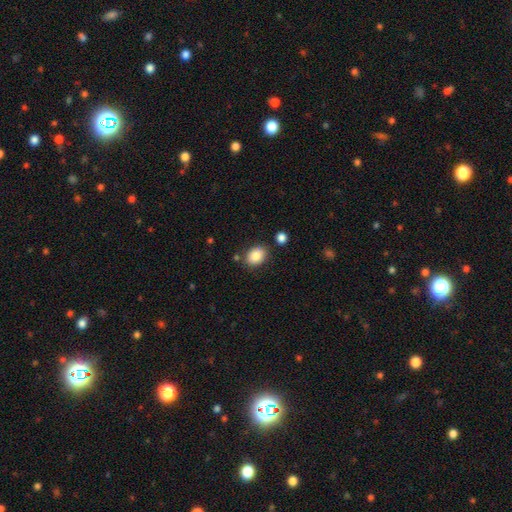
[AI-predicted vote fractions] The model was most divided on "how rounded": in between: 65%, round: 34%, cigar-shaped: 1%. More confident: smooth or featured — smooth (85%); merging — none (80%).